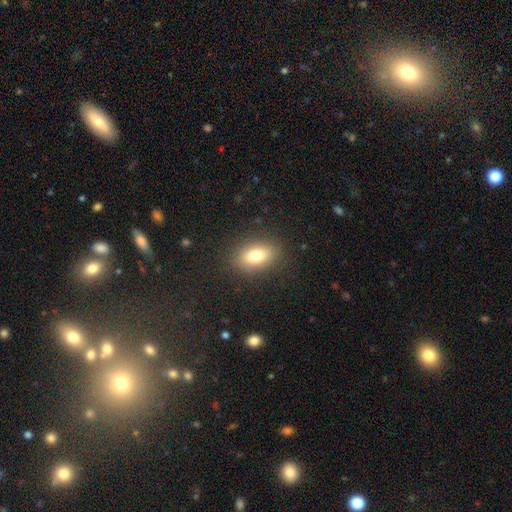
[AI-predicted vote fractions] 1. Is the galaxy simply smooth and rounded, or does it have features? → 77% smooth, 13% featured or disk, 10% star or artifact.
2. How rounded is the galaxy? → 83% in between, 12% round, 5% cigar-shaped.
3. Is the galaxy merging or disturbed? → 86% none, 9% minor disturbance, 4% major disturbance, 1% merger.